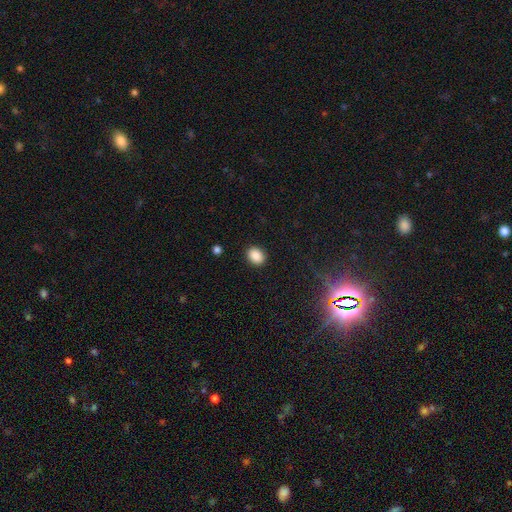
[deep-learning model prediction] Q: Smooth or featured?
A: smooth (88%); runner-up: star or artifact (9%)
Q: How rounded?
A: in between (62%); runner-up: round (37%)
Q: Merging?
A: none (89%); runner-up: minor disturbance (8%)